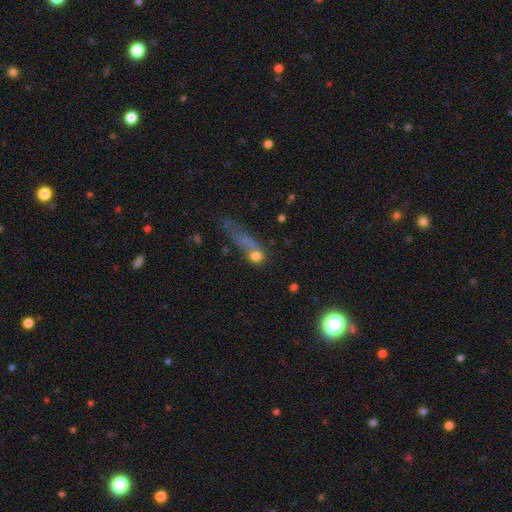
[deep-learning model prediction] A smooth galaxy with no disk features (69%) that is round (55%).

Vote fractions:
- Smooth or featured? smooth: 69% / featured or disk: 16% / star or artifact: 15%
- How rounded? round: 55% / in between: 29% / cigar-shaped: 16%
- Merging? merger: 32% (tied) / none: 32% (tied) / major disturbance: 23% / minor disturbance: 14%